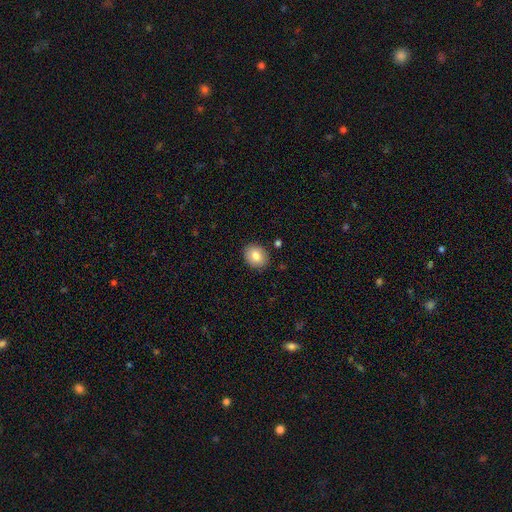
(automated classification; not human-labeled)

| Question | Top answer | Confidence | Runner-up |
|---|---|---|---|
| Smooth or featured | smooth | 81% | featured or disk (11%) |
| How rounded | round | 63% | in between (36%) |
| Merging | none | 88% | minor disturbance (9%) |